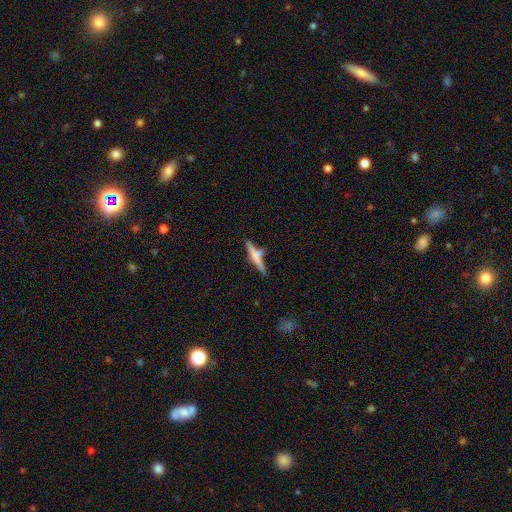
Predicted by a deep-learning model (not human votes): Smooth or featured? featured or disk (49%)
Merging? none (61%)